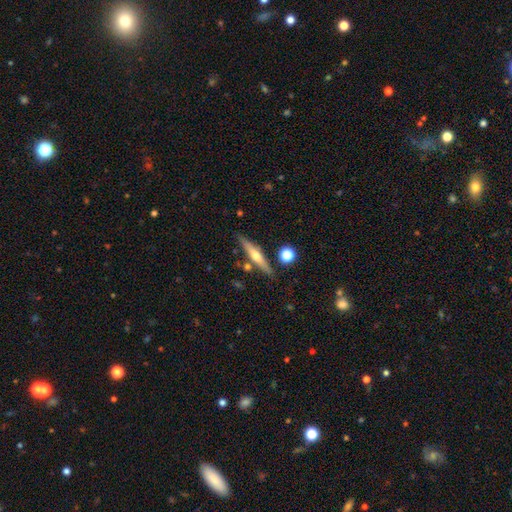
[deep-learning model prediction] The model was most divided on "smooth or featured": featured or disk: 61%, smooth: 32%, star or artifact: 6%. More confident: edge-on disk — yes (96%); edge-on bulge — rounded (89%); merging — none (83%).